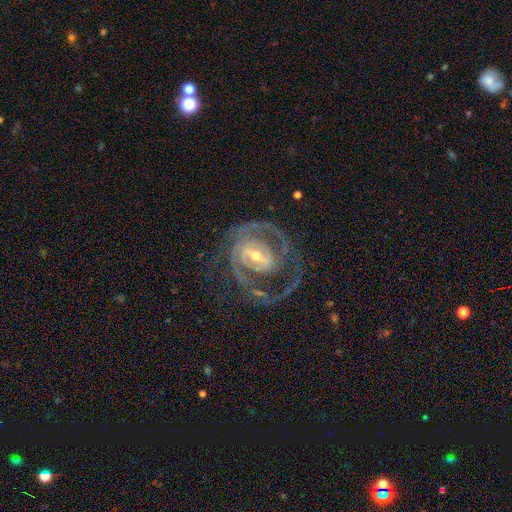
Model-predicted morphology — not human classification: This is clearly a featured or disk galaxy (90%). It is clearly not viewed edge-on (97%). Bar: marginally weak (43%). Spiral arm pattern: clearly yes (93%). Spiral arm count: possibly 2 (49%). Spiral winding: possibly tight (53%). Central bulge: possibly small (49%). Merging: possibly none (56%).